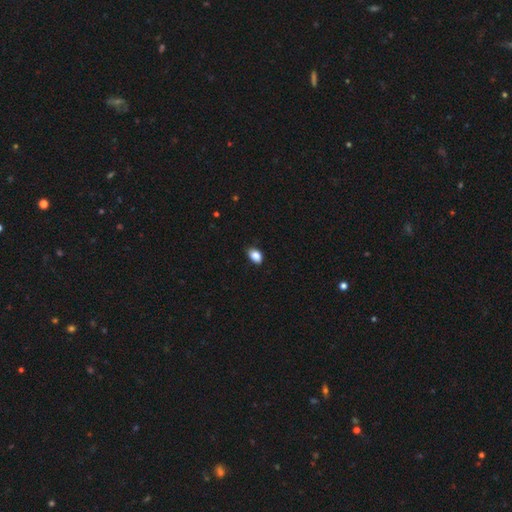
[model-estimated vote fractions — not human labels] Morphology: type=smooth (88%); roundness=in between (88%); merging=none (80%).